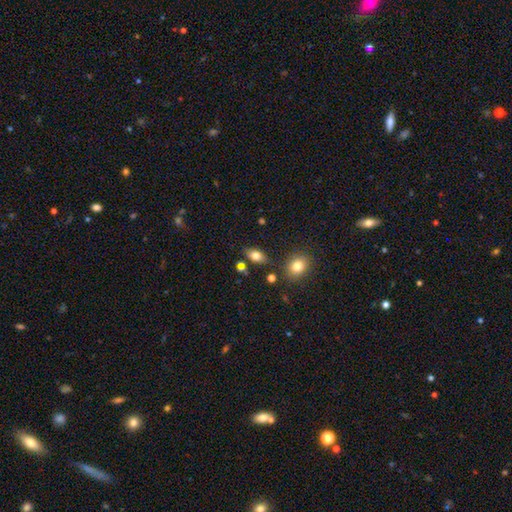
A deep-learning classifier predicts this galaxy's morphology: A smooth galaxy with no disk features (80%) that is in between round and cigar-shaped (86%). Merging: none (78%).